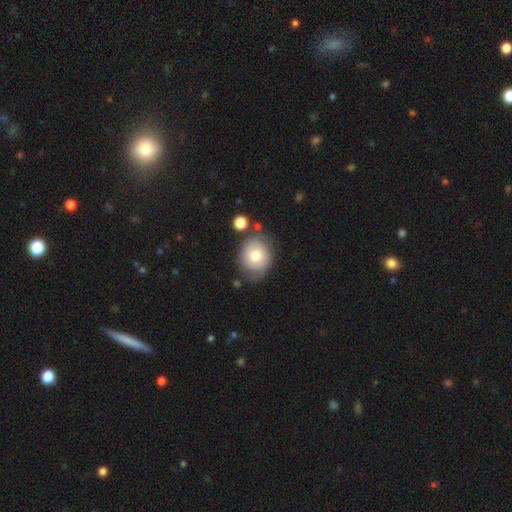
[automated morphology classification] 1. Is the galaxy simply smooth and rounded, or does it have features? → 67% smooth, 25% featured or disk, 8% star or artifact.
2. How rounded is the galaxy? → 64% round, 35% in between, 1% cigar-shaped.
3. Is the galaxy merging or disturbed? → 59% none, 24% minor disturbance, 9% major disturbance, 8% merger.